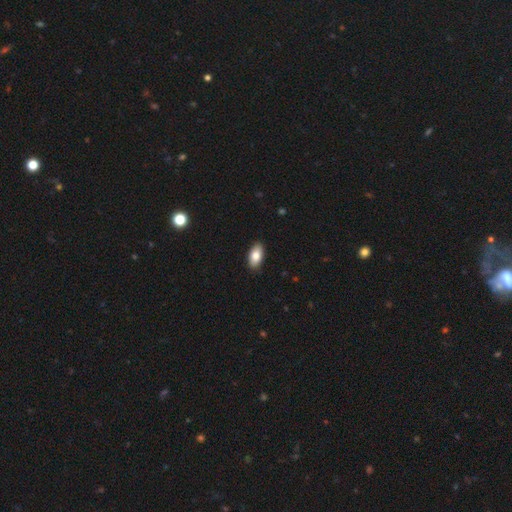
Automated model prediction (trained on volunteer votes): Smooth or featured?
  - smooth: 82% *
  - featured or disk: 11%
  - star or artifact: 7%
How rounded?
  - in between: 93% *
  - cigar-shaped: 4%
  - round: 3%
Merging?
  - none: 89% *
  - minor disturbance: 8%
  - major disturbance: 2%
  - merger: 1%